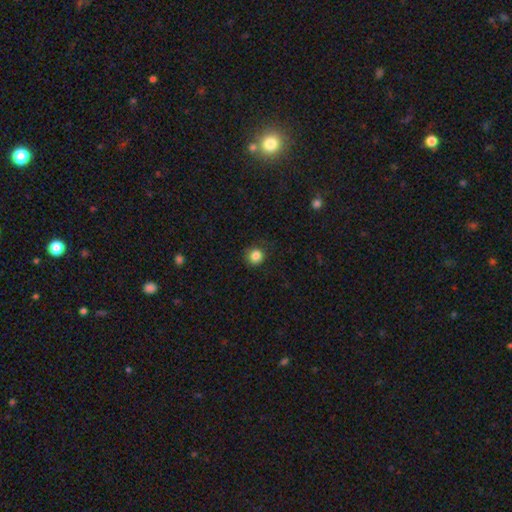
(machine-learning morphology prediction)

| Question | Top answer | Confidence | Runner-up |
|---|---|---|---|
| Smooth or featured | smooth | 85% | star or artifact (11%) |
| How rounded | round | 89% | in between (10%) |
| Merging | none | 82% | minor disturbance (13%) |